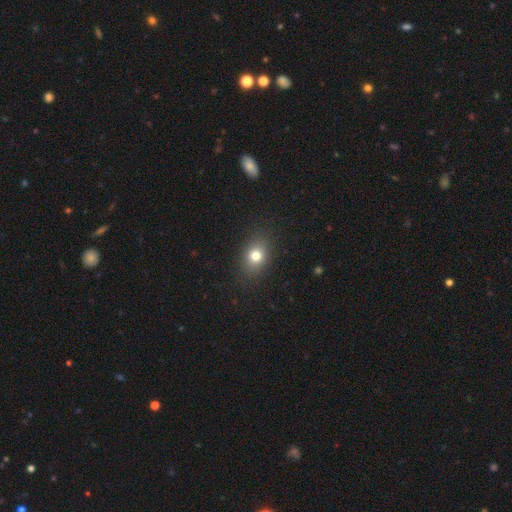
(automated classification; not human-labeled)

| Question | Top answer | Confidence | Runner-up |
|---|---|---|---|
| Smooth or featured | smooth | 77% | star or artifact (13%) |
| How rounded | in between | 58% | round (40%) |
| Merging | none | 86% | minor disturbance (9%) |